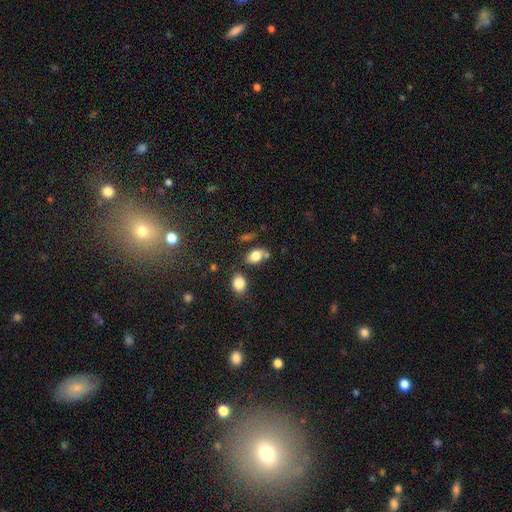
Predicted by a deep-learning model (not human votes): Smooth or featured? Predicted: smooth (p=0.82). How rounded? Predicted: in between (p=0.85). Merging? Predicted: none (p=0.65).